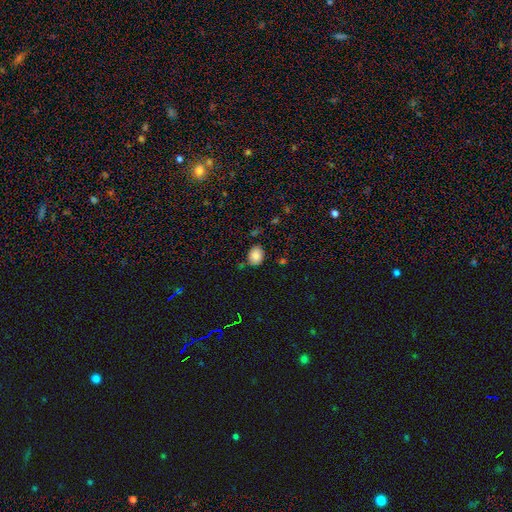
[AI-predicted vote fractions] A smooth galaxy with no disk features (85%) that is in between round and cigar-shaped (58%). Merging: none (76%).